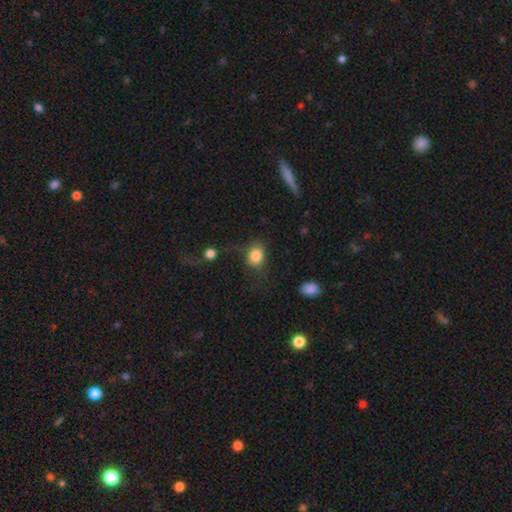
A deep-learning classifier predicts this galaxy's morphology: smooth_or_featured: smooth (p=0.83) [alt: star or artifact p=0.10]
how_rounded: round (p=0.59) [alt: in between p=0.40]
merging: none (p=0.59) [alt: minor disturbance p=0.20]